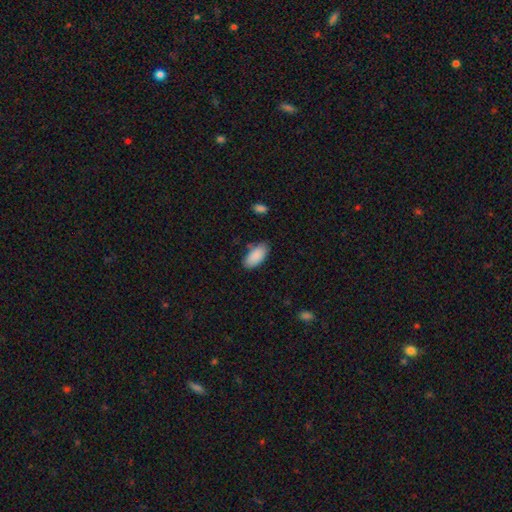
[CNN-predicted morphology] Q: Smooth or featured?
A: smooth (89%); runner-up: star or artifact (6%)
Q: How rounded?
A: in between (92%); runner-up: cigar-shaped (6%)
Q: Merging?
A: none (79%); runner-up: minor disturbance (15%)